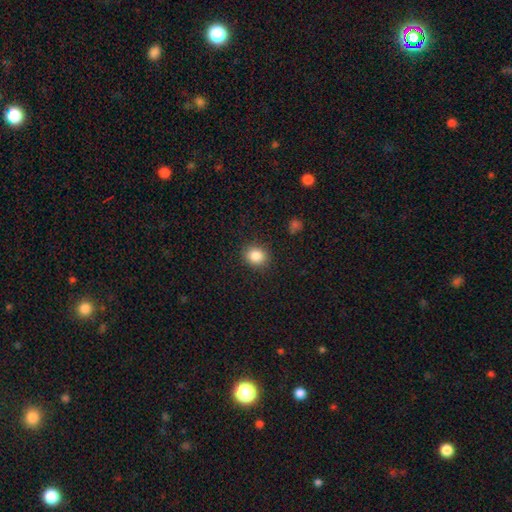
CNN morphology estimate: This appears to be a smooth galaxy with no disk features (86%) that is round (67%). Merging: none (88%).